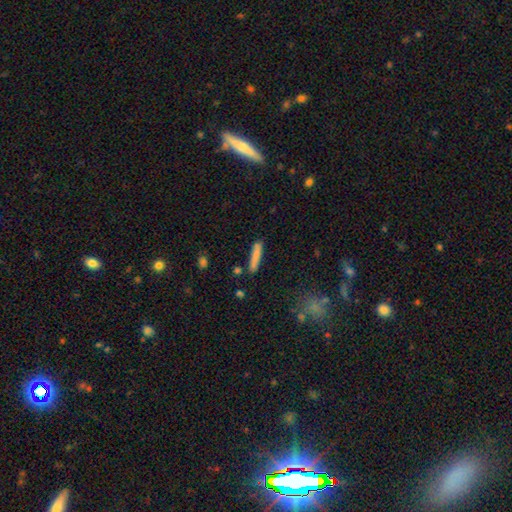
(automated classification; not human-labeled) Morphology: type=smooth (80%); roundness=cigar-shaped (91%); merging=none (82%).